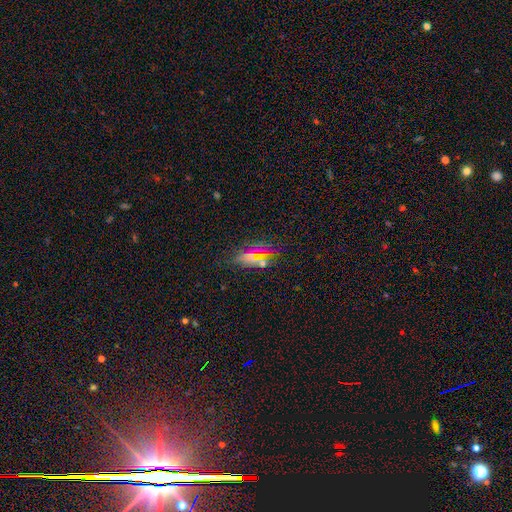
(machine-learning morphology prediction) The model was most divided on "smooth or featured": smooth: 54%, star or artifact: 32%, featured or disk: 14%. More confident: how rounded — in between (82%); merging — none (72%).